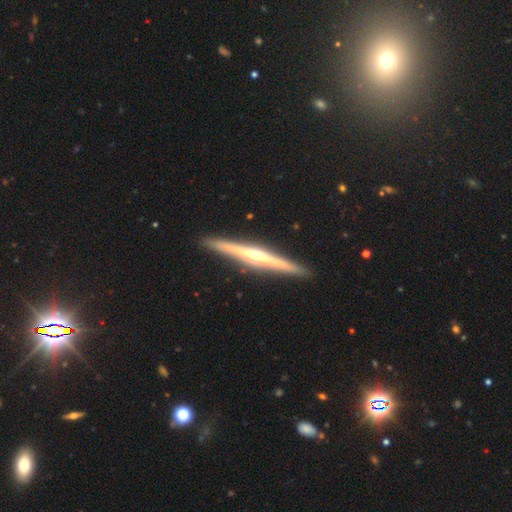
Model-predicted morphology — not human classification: Smooth or featured: featured or disk — 82% (smooth — 13%)
Edge-on disk: yes — 98% (no — 2%)
Edge-on bulge: rounded — 83% (none — 11%)
Merging: none — 91% (minor disturbance — 6%)